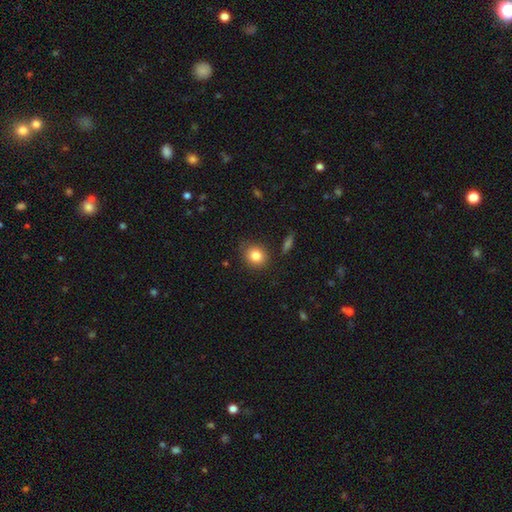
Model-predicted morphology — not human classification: Q: Smooth or featured?
A: smooth (83%); runner-up: star or artifact (10%)
Q: How rounded?
A: round (78%); runner-up: in between (21%)
Q: Merging?
A: none (83%); runner-up: minor disturbance (11%)